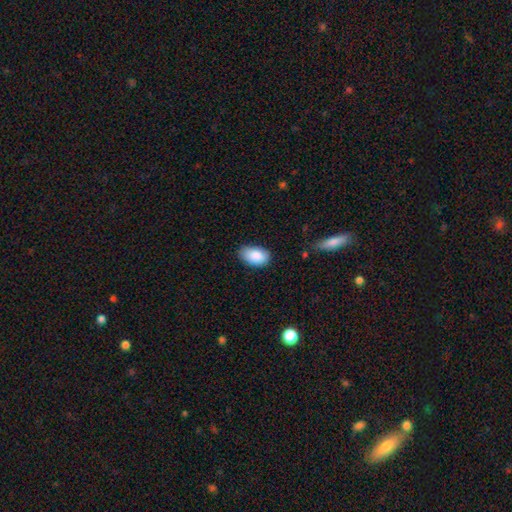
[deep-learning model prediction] Overall: smooth (88%). How rounded: in between (92%). Merging: none (72%).